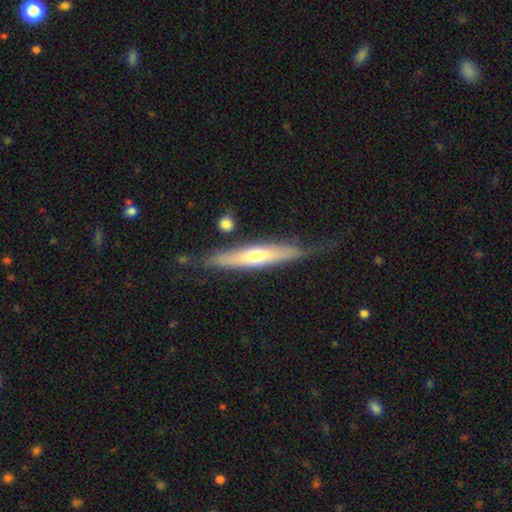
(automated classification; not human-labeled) smooth_or_featured: featured or disk (p=0.54) [alt: smooth p=0.40]
disk_edge_on: yes (p=0.83) [alt: no p=0.17]
merging: none (p=0.69) [alt: minor disturbance p=0.20]